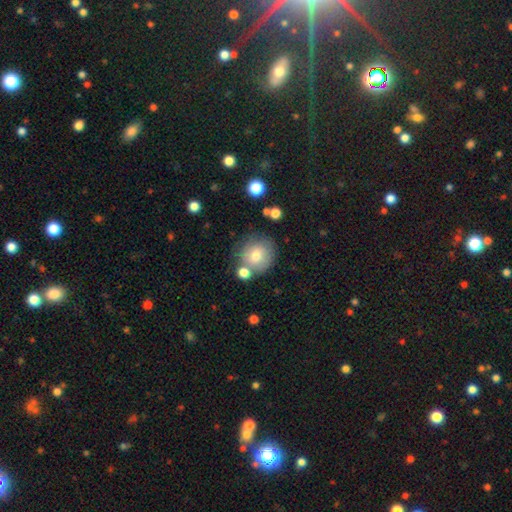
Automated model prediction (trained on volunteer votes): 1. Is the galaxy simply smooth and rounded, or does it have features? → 74% smooth, 17% featured or disk, 10% star or artifact.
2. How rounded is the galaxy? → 89% round, 11% in between, 1% cigar-shaped.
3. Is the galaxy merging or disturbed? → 66% none, 14% merger, 14% minor disturbance, 5% major disturbance.